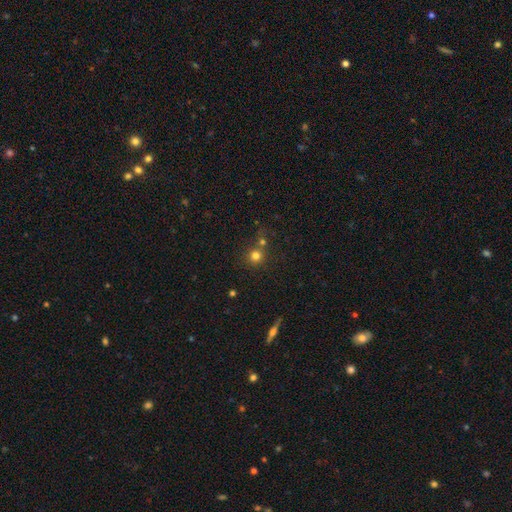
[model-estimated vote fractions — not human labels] Morphology: type=smooth (76%); roundness=round (92%); merging=none (66%).